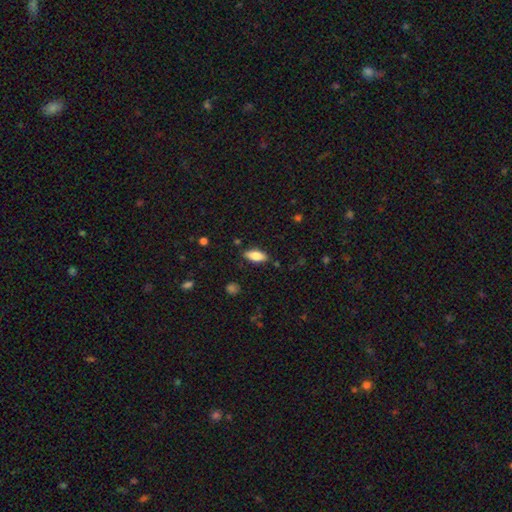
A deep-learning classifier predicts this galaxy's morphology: Smooth or featured? smooth (79%)
How rounded? in between (81%)
Merging? none (85%)